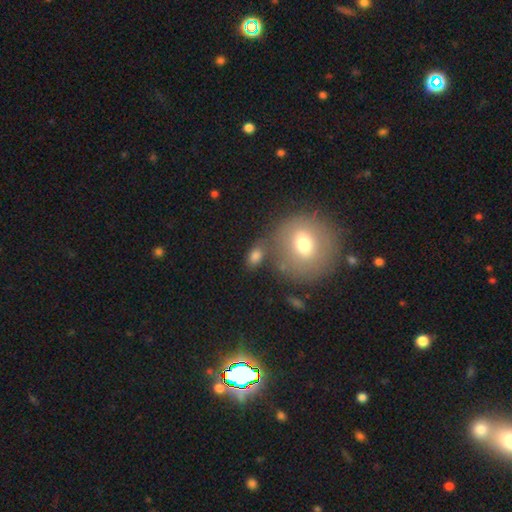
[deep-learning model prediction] This is likely a smooth galaxy (76%). How rounded: likely in between (72%). Merging: possibly none (60%).